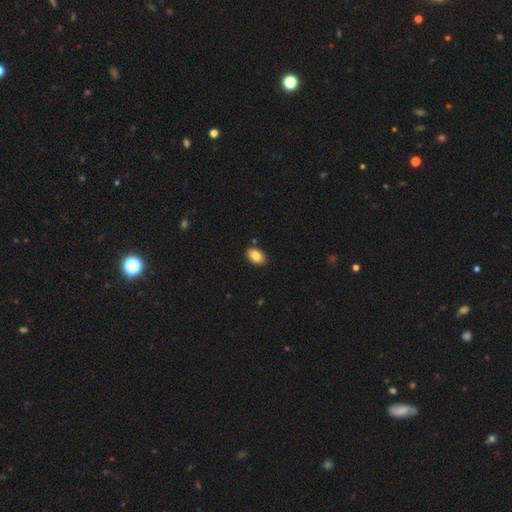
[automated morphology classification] This appears to be a smooth galaxy with no disk features (85%) that is in between round and cigar-shaped (91%). Merging: none (86%).